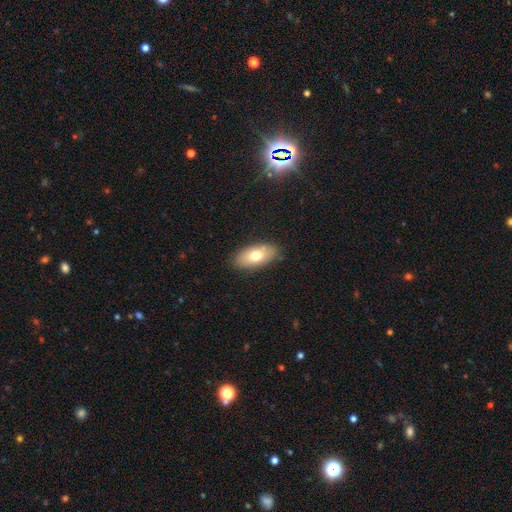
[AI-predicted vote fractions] This appears to be a smooth galaxy with no disk features (72%) that is in between round and cigar-shaped (89%). Merging: none (85%).